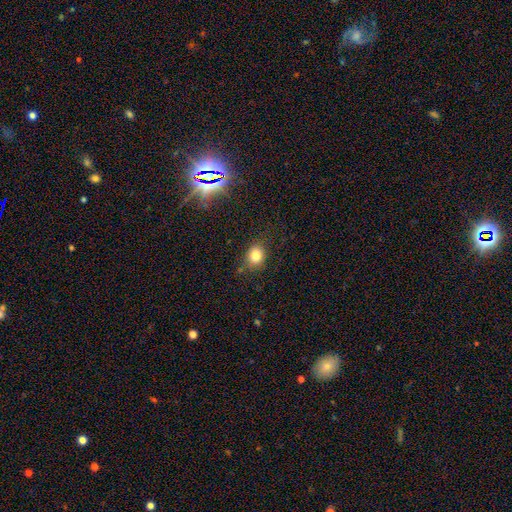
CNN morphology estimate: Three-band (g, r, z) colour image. It shows a smooth galaxy with no disk features (81%) that is in between round and cigar-shaped (54%). Merging: none (78%).